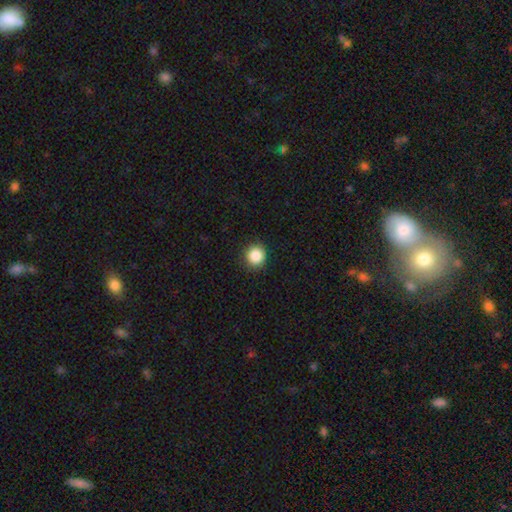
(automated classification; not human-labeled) The model was most divided on "smooth or featured": smooth: 87%, star or artifact: 10%, featured or disk: 4%. More confident: how rounded — round (93%); merging — none (91%).